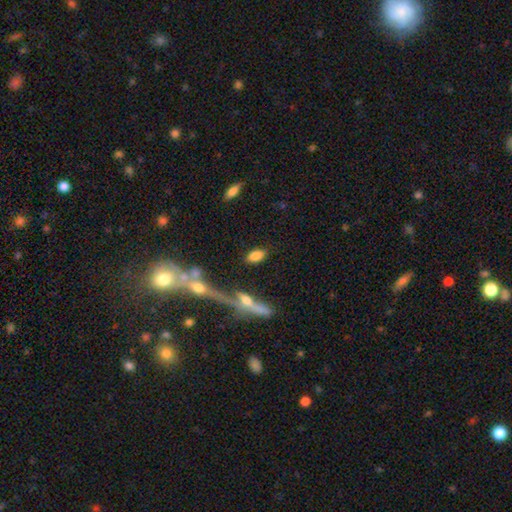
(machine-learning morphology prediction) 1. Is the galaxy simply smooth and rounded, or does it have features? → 80% smooth, 12% featured or disk, 8% star or artifact.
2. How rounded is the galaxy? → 88% in between, 8% cigar-shaped, 4% round.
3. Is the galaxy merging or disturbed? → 78% none, 12% minor disturbance, 6% merger, 4% major disturbance.